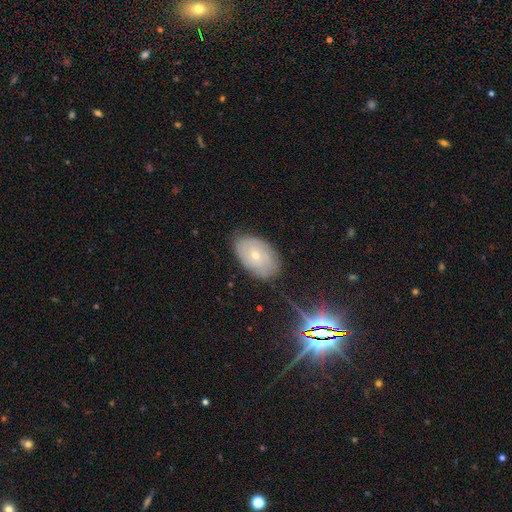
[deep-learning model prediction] smooth_or_featured: featured or disk (p=0.58) [alt: smooth p=0.32]
disk_edge_on: no (p=0.93) [alt: yes p=0.07]
bar: no (p=0.78) [alt: weak p=0.19]
has_spiral_arms: yes (p=0.75) [alt: no p=0.25]
bulge_size: small (p=0.64) [alt: moderate p=0.33]
merging: none (p=0.79) [alt: minor disturbance p=0.16]